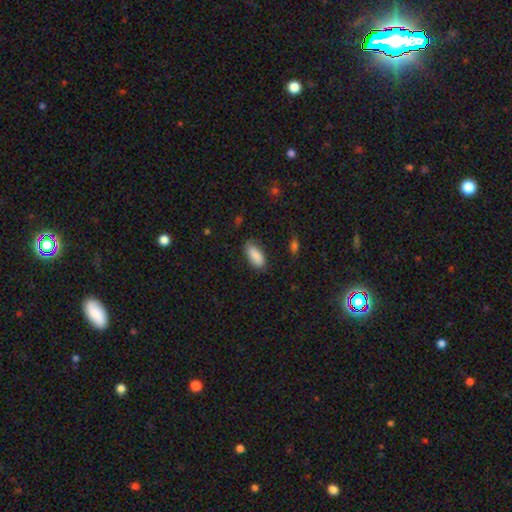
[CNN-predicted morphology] smooth-or-featured: smooth: 88% | star or artifact: 7% | featured or disk: 6%
  how-rounded: in between: 85% | cigar-shaped: 13% | round: 2%
  merging: none: 76% | minor disturbance: 18% | major disturbance: 4% | merger: 2%